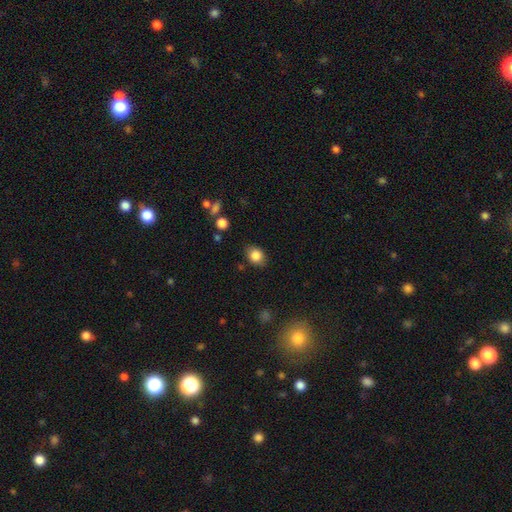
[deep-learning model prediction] Smooth or featured: smooth — 85% (star or artifact — 9%)
How rounded: in between — 53% (round — 46%)
Merging: none — 81% (minor disturbance — 14%)